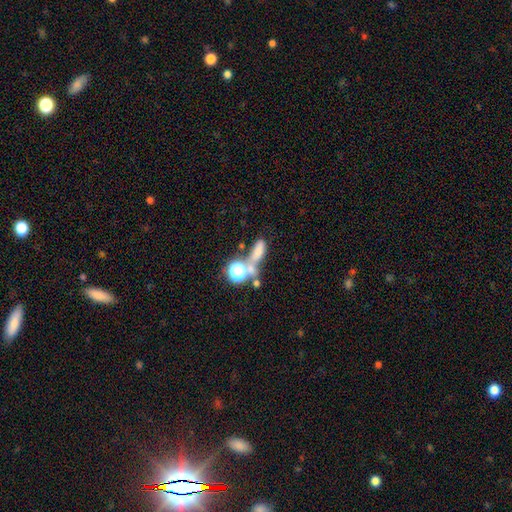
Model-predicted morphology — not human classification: smooth 52%, star or artifact 30%, featured or disk 18%. Down the decision tree: how rounded — in between (50%); merging — merger (40%).